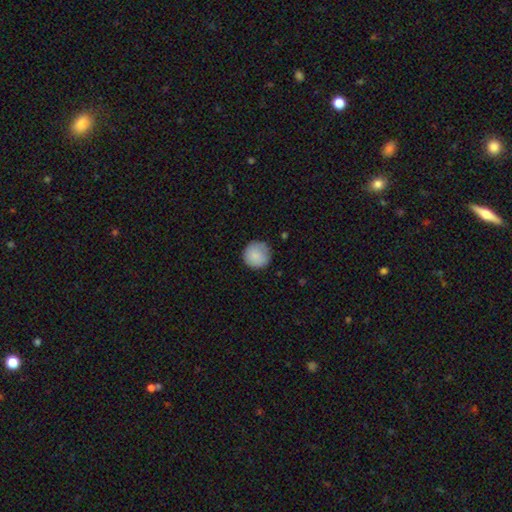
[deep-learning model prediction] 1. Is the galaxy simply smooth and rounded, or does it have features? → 87% smooth, 7% star or artifact, 6% featured or disk.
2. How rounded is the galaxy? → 95% round, 4% in between, 1% cigar-shaped.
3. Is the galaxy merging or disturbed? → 83% none, 13% minor disturbance, 3% major disturbance, 1% merger.